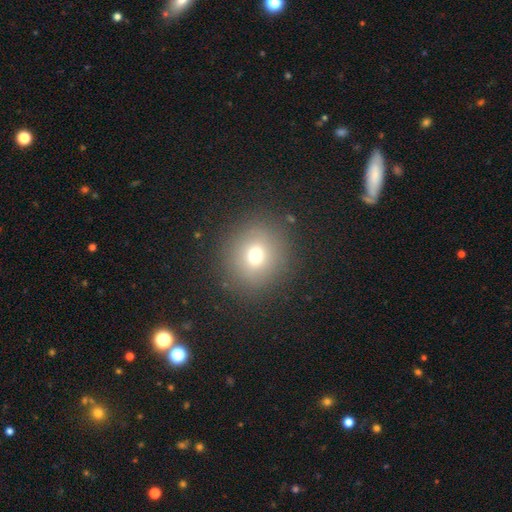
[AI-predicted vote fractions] Overall: smooth (68%). How rounded: round (85%). Merging: none (86%).